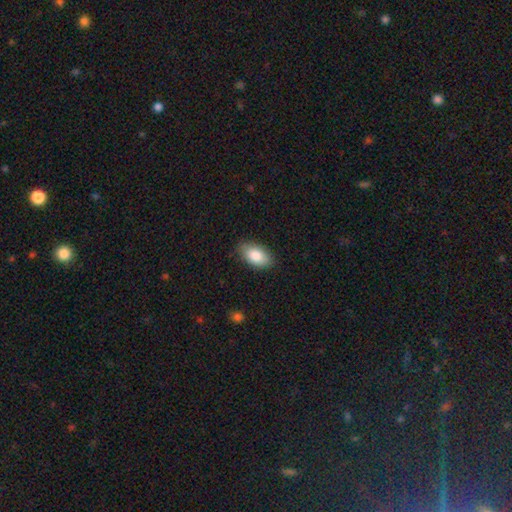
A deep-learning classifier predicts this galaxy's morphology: type=smooth (85%); roundness=in between (94%); merging=none (85%).